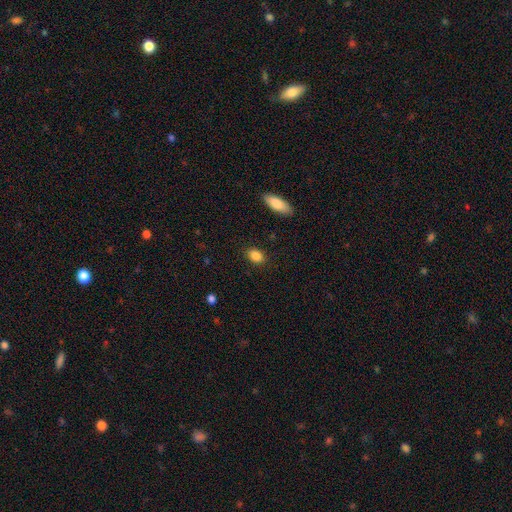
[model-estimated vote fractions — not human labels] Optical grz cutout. It shows a smooth galaxy with no disk features (87%) that is in between round and cigar-shaped (77%). Merging: none (87%).